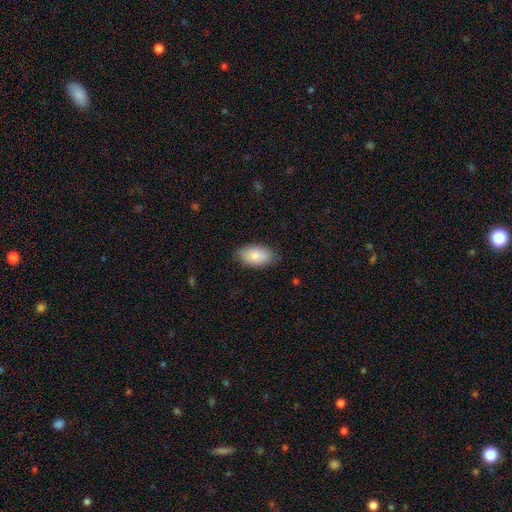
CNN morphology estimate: type=smooth (84%); roundness=in between (93%); merging=none (76%).